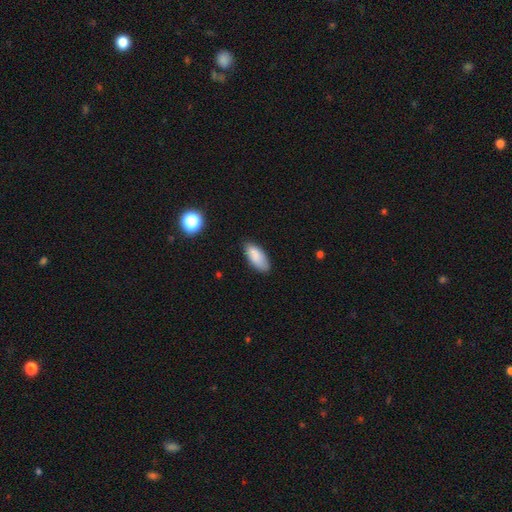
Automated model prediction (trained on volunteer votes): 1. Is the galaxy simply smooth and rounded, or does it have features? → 87% smooth, 7% star or artifact, 6% featured or disk.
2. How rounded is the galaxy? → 87% in between, 11% cigar-shaped, 2% round.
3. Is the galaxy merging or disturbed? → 80% none, 16% minor disturbance, 3% major disturbance, 1% merger.